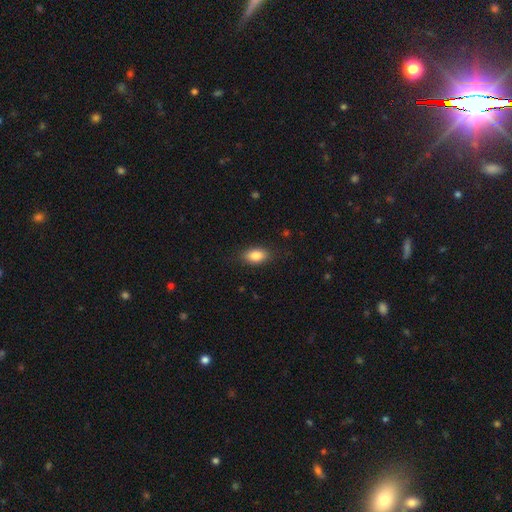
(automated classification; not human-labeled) A smooth galaxy with no disk features (84%) that is in between round and cigar-shaped (88%).

Vote fractions:
- Smooth or featured? smooth: 84% / featured or disk: 8% / star or artifact: 8%
- How rounded? in between: 88% / round: 8% / cigar-shaped: 3%
- Merging? none: 84% / minor disturbance: 12% / major disturbance: 3% / merger: 1%